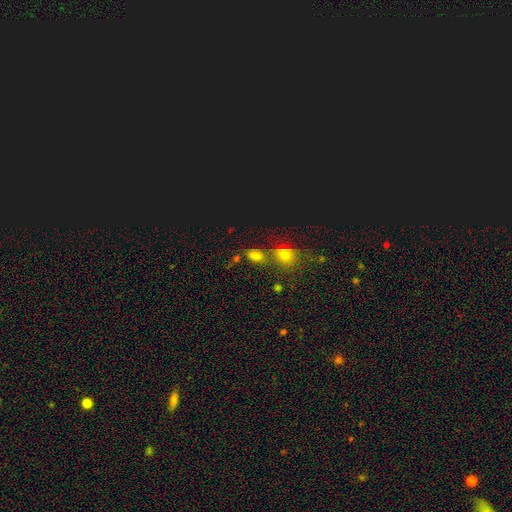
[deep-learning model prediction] This is likely a smooth galaxy (68%). How rounded: likely in between (77%). Merging: possibly none (57%).